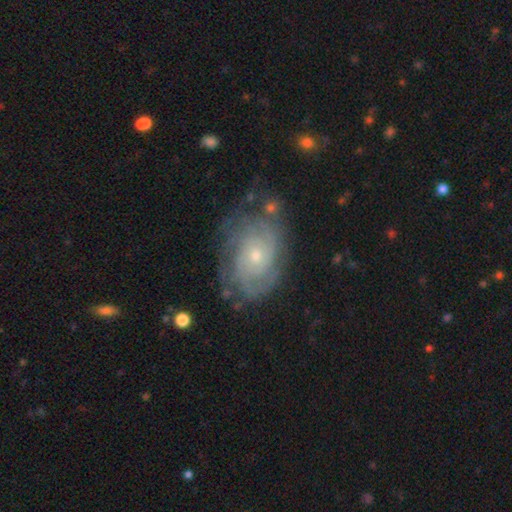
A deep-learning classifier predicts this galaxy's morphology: Q: Smooth or featured?
A: featured or disk (80%); runner-up: smooth (14%)
Q: Edge-on disk?
A: no (96%); runner-up: yes (4%)
Q: Bar?
A: no (79%); runner-up: weak (18%)
Q: Spiral arms?
A: yes (92%); runner-up: no (8%)
Q: Spiral winding?
A: tight (70%); runner-up: medium (24%)
Q: Spiral arm count?
A: can't tell (44%); runner-up: 2 (19%)
Q: Bulge size?
A: small (59%); runner-up: moderate (37%)
Q: Merging?
A: none (69%); runner-up: minor disturbance (20%)